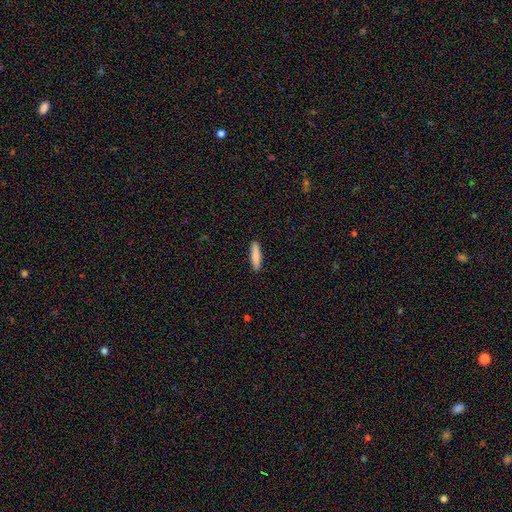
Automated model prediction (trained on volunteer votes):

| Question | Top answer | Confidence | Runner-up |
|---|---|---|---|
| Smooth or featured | smooth | 85% | featured or disk (9%) |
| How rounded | cigar-shaped | 81% | in between (17%) |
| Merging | none | 90% | minor disturbance (7%) |